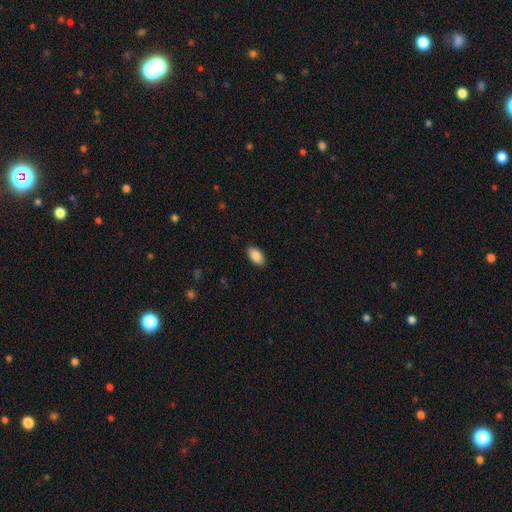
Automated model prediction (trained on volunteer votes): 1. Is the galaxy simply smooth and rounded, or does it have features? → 88% smooth, 7% star or artifact, 5% featured or disk.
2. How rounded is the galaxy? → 94% in between, 3% round, 2% cigar-shaped.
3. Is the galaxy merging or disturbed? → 89% none, 8% minor disturbance, 2% major disturbance, 1% merger.